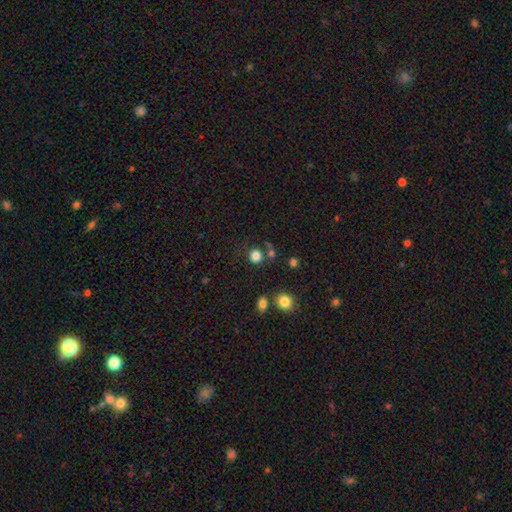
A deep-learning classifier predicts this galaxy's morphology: A smooth galaxy with no disk features (82%) that is round (89%).

Vote fractions:
- Smooth or featured? smooth: 82% / star or artifact: 13% / featured or disk: 5%
- How rounded? round: 89% / in between: 10% / cigar-shaped: 1%
- Merging? none: 75% / minor disturbance: 10% / merger: 10% / major disturbance: 5%